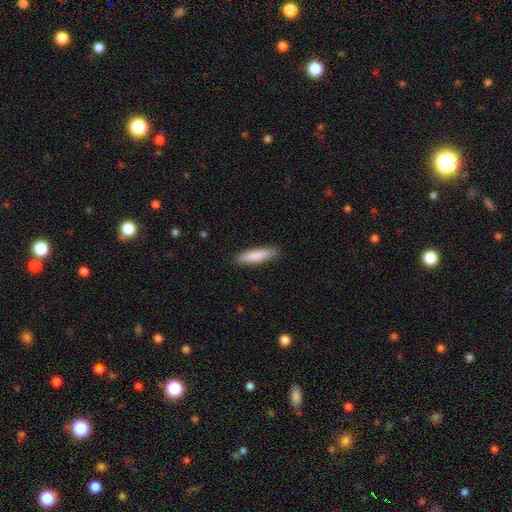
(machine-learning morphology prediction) Smooth or featured: smooth — 86% (featured or disk — 9%)
How rounded: cigar-shaped — 70% (in between — 28%)
Merging: none — 88% (minor disturbance — 9%)